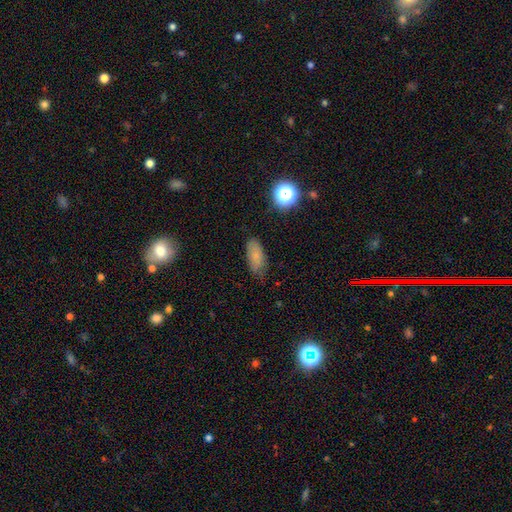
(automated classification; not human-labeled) Q: Smooth or featured?
A: smooth (78%); runner-up: star or artifact (11%)
Q: How rounded?
A: in between (85%); runner-up: cigar-shaped (11%)
Q: Merging?
A: none (71%); runner-up: minor disturbance (22%)